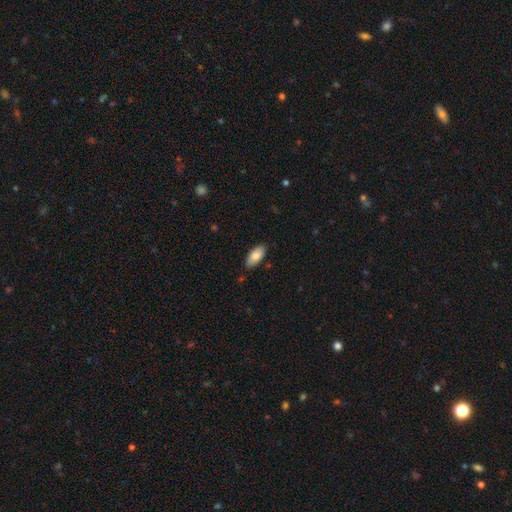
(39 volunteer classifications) Smooth or featured?
  - smooth: 74% *
  - featured or disk: 18%
  - star or artifact: 8%
How rounded?
  - in between: 72% *
  - cigar-shaped: 28%
  - round: 0%
Merging?
  - none: 97% *
  - minor disturbance: 3%
  - major disturbance: 0%
  - merger: 0%